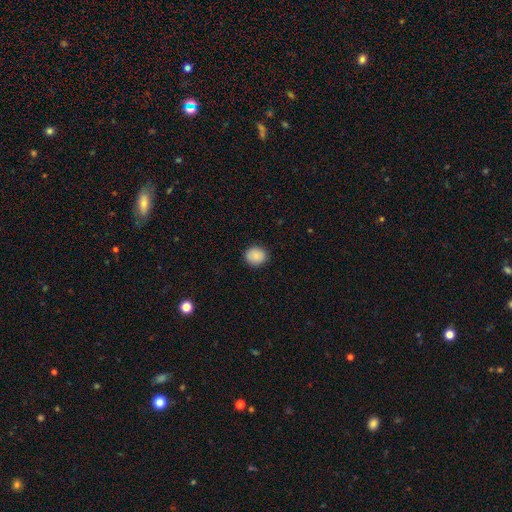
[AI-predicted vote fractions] Smooth or featured: smooth — 88% (star or artifact — 8%)
How rounded: round — 76% (in between — 23%)
Merging: none — 89% (minor disturbance — 8%)